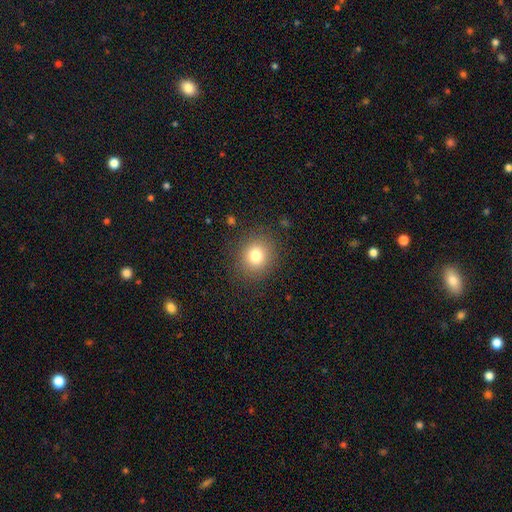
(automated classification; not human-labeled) Smooth or featured? smooth (79%)
How rounded? round (81%)
Merging? none (87%)